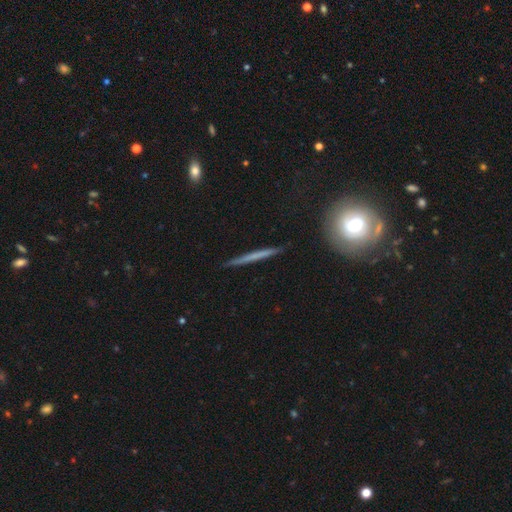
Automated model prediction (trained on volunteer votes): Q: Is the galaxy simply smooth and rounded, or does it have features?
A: featured or disk — 47%.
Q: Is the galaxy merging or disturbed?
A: none — 90%.